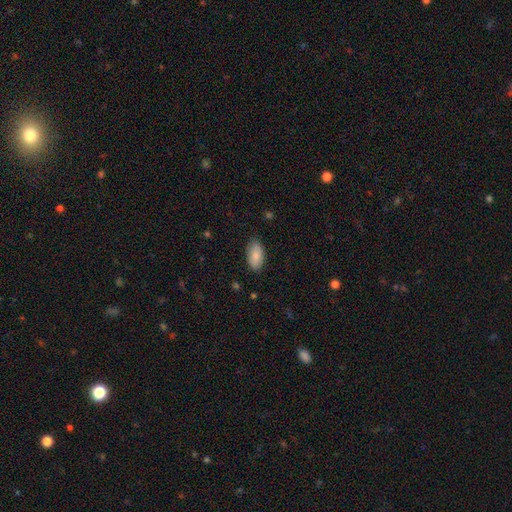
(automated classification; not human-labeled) Smooth or featured: smooth — 80% (featured or disk — 14%)
How rounded: in between — 94% (round — 4%)
Merging: none — 84% (minor disturbance — 13%)